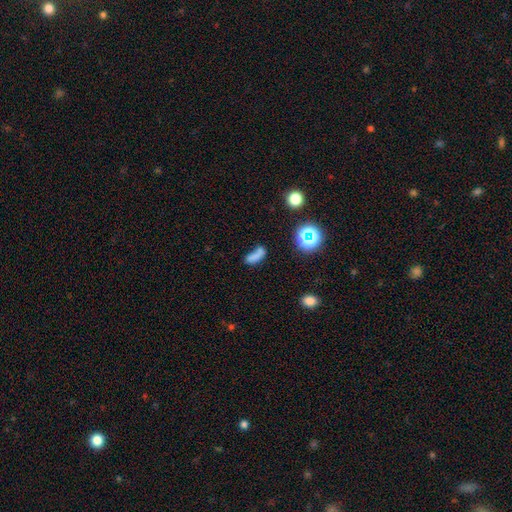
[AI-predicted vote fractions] This appears to be a smooth galaxy with no disk features (66%) that is in between round and cigar-shaped (65%). Merging: none (45%).